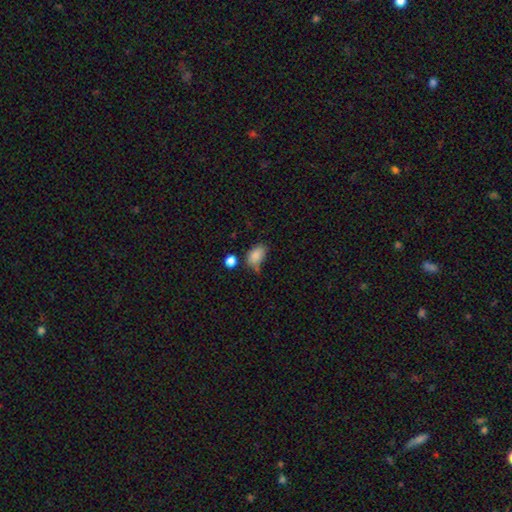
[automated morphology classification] smooth-or-featured: smooth: 85% | star or artifact: 9% | featured or disk: 5%
  how-rounded: in between: 86% | round: 13% | cigar-shaped: 2%
  merging: none: 53% | minor disturbance: 28% | merger: 11% | major disturbance: 8%